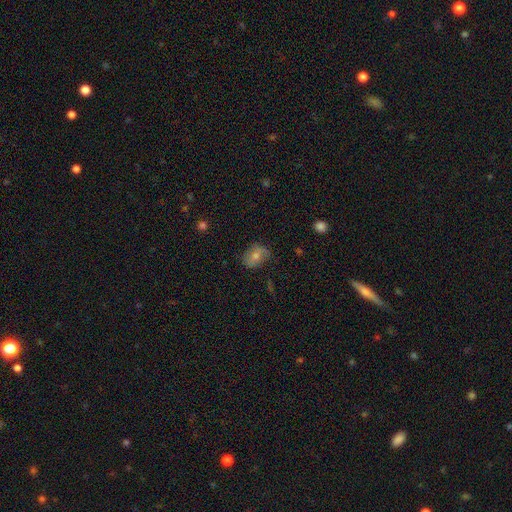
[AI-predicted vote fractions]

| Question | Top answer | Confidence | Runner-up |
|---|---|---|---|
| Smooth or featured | smooth | 48% | featured or disk (38%) |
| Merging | none | 73% | minor disturbance (20%) |